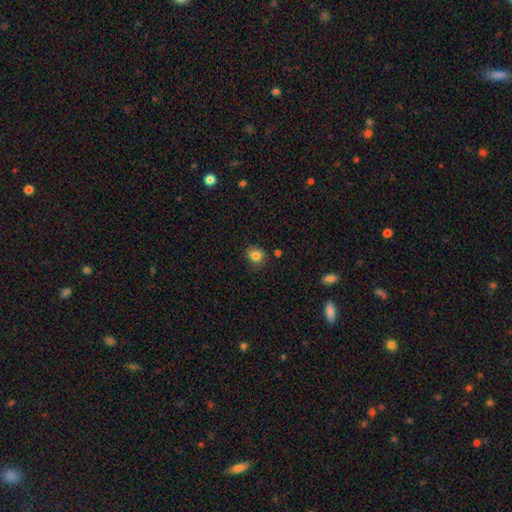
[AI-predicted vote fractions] Smooth or featured: smooth — 83% (star or artifact — 11%)
How rounded: round — 72% (in between — 27%)
Merging: none — 78% (minor disturbance — 16%)